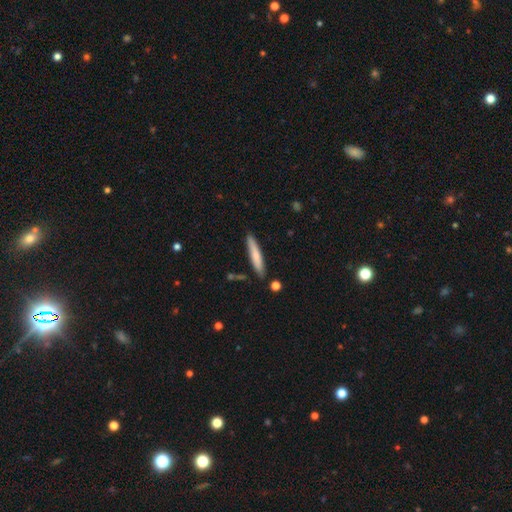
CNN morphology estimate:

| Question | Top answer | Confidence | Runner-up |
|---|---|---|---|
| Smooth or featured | smooth | 72% | featured or disk (22%) |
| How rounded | cigar-shaped | 91% | in between (8%) |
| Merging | none | 84% | minor disturbance (11%) |